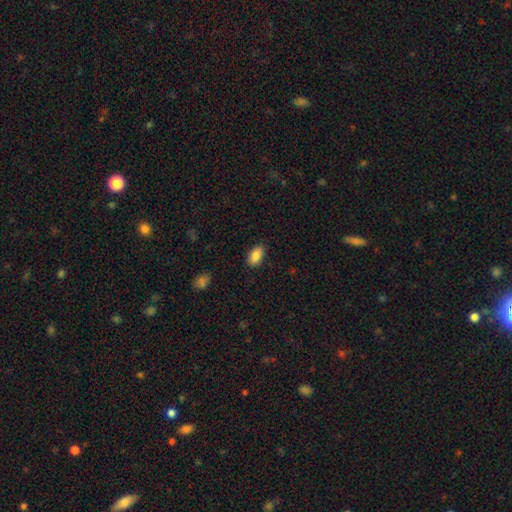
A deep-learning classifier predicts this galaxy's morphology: A smooth galaxy with no disk features (87%) that is in between round and cigar-shaped (93%).

Vote fractions:
- Smooth or featured? smooth: 87% / star or artifact: 7% / featured or disk: 6%
- How rounded? in between: 93% / round: 5% / cigar-shaped: 2%
- Merging? none: 87% / minor disturbance: 10% / major disturbance: 2% / merger: 1%